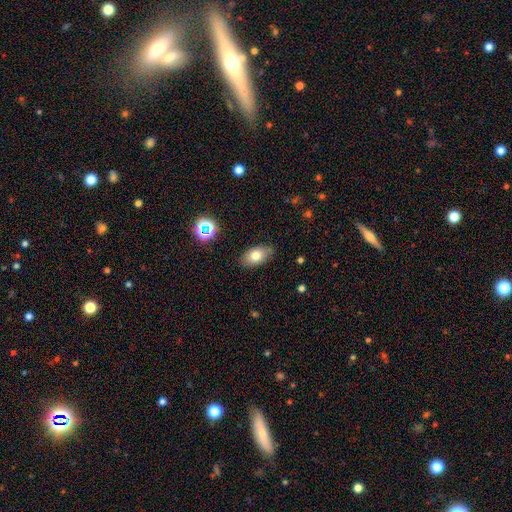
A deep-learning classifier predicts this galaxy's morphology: smooth 75%, featured or disk 15%, star or artifact 10%. Down the decision tree: how rounded — in between (90%); merging — none (82%).